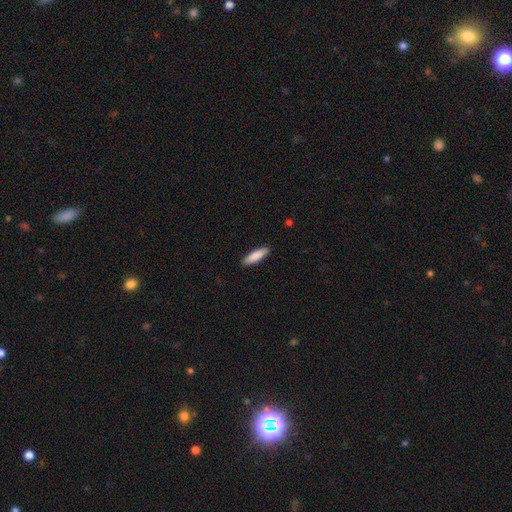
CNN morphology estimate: Overall: smooth (87%). How rounded: cigar-shaped (66%; in between 33%). Merging: none (90%).